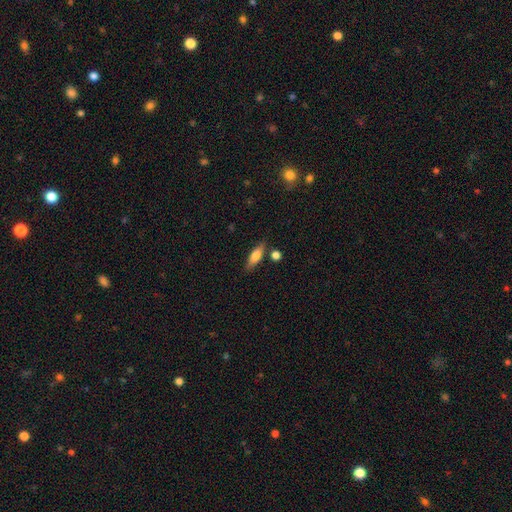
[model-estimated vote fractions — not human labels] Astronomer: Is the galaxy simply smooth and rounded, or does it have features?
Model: smooth — 68%.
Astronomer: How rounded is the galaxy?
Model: in between — 53% (runner-up: cigar-shaped, 44%).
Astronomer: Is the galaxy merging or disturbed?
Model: none — 78%.